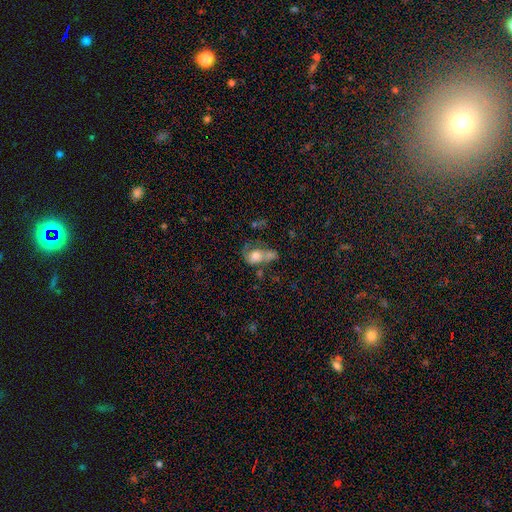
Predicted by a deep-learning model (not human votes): A smooth galaxy with no disk features (60%) that is in between round and cigar-shaped (64%). Merging: merger (45%).